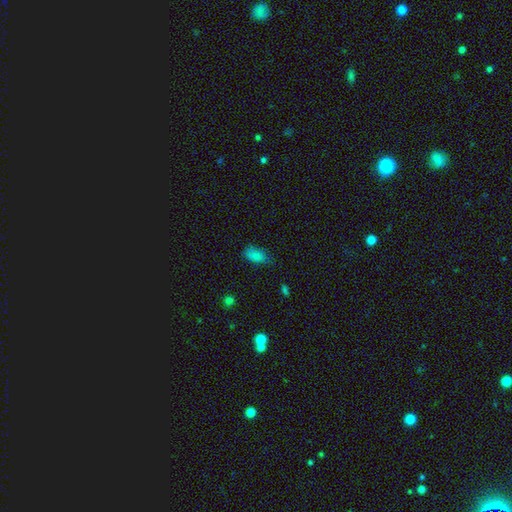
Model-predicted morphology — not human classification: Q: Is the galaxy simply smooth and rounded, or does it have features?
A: smooth — 83%.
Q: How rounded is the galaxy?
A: in between — 91%.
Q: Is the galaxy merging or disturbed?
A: none — 59%.